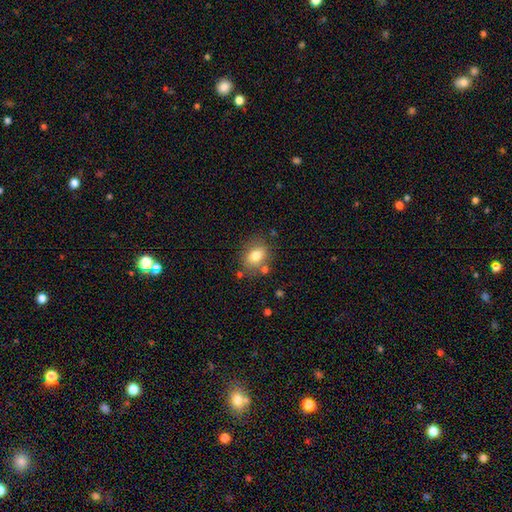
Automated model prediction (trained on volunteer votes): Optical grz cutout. It shows a smooth galaxy with no disk features (75%) that is in between round and cigar-shaped (61%). Merging: none (75%).